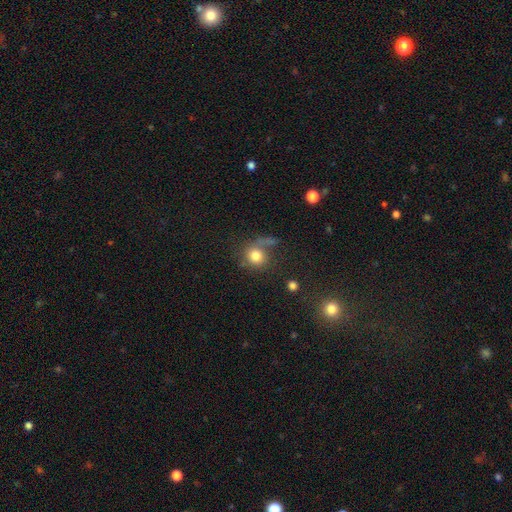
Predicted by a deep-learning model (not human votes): Overall: smooth (77%). How rounded: round (83%). Merging: none (45%; major disturbance 24%).